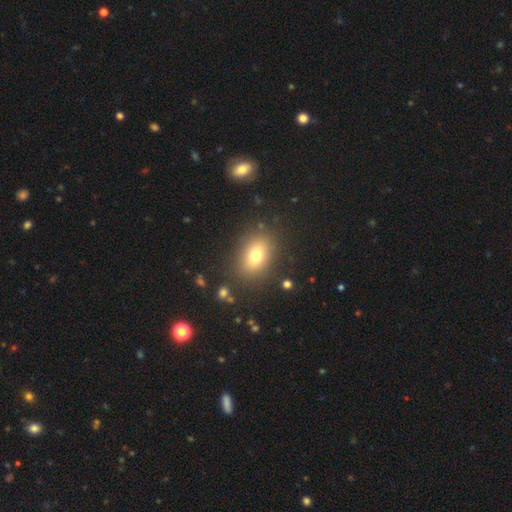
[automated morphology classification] smooth_or_featured: smooth (p=0.75) [alt: featured or disk p=0.13]
how_rounded: in between (p=0.74) [alt: round p=0.25]
merging: none (p=0.84) [alt: minor disturbance p=0.10]